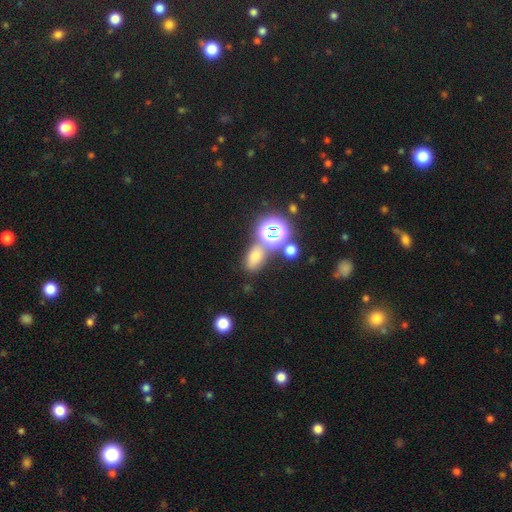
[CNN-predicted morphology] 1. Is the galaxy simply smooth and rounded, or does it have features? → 58% smooth, 32% star or artifact, 10% featured or disk.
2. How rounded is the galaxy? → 69% in between, 28% round, 3% cigar-shaped.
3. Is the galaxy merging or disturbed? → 64% none, 17% merger, 14% minor disturbance, 6% major disturbance.